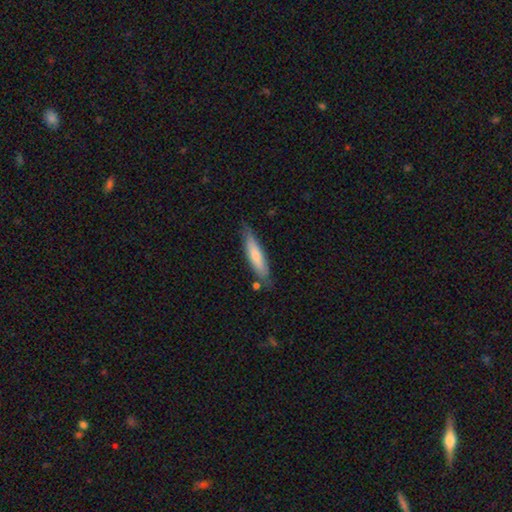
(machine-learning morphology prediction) Smooth or featured? Predicted: smooth (p=0.69). How rounded? Predicted: cigar-shaped (p=0.79). Merging? Predicted: none (p=0.74).